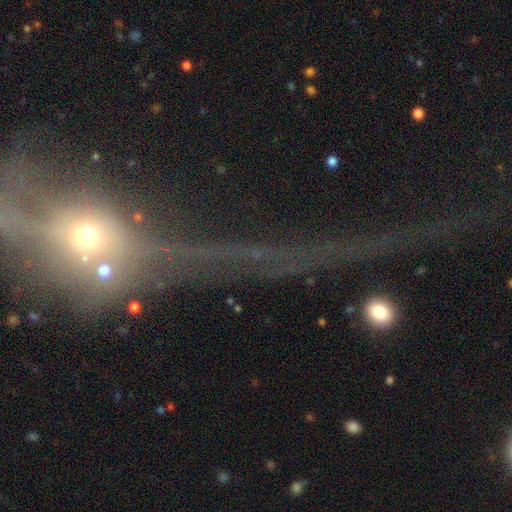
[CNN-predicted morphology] Smooth or featured? Predicted: featured or disk (p=0.41). Merging? Predicted: none (p=0.48).